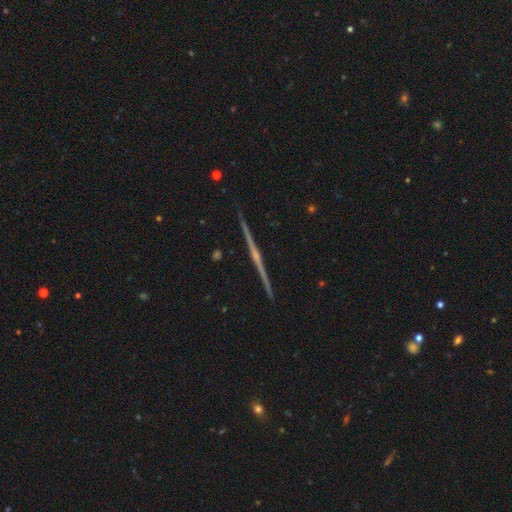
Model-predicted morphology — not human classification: Q: Smooth or featured?
A: featured or disk (86%); runner-up: smooth (8%)
Q: Edge-on disk?
A: yes (99%); runner-up: no (1%)
Q: Edge-on bulge?
A: rounded (70%); runner-up: none (22%)
Q: Merging?
A: none (93%); runner-up: minor disturbance (4%)